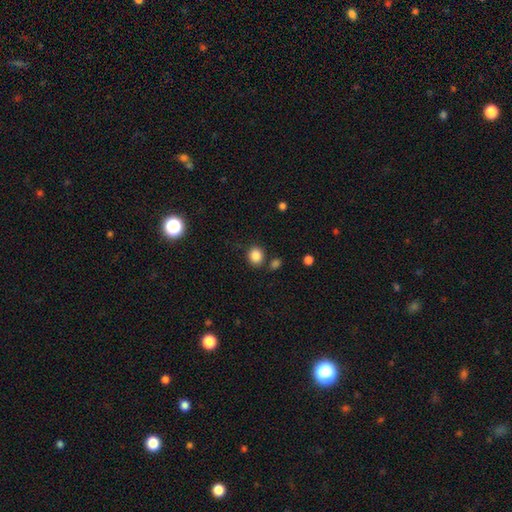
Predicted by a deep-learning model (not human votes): smooth-or-featured: smooth: 86% | star or artifact: 10% | featured or disk: 4%
  how-rounded: round: 76% | in between: 23% | cigar-shaped: 1%
  merging: none: 79% | minor disturbance: 10% | merger: 7% | major disturbance: 3%